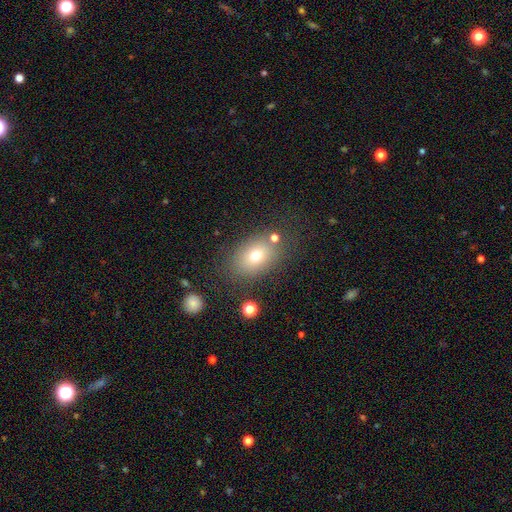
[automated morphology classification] Smooth or featured? Predicted: smooth (p=0.70). How rounded? Predicted: in between (p=0.73). Merging? Predicted: none (p=0.75).